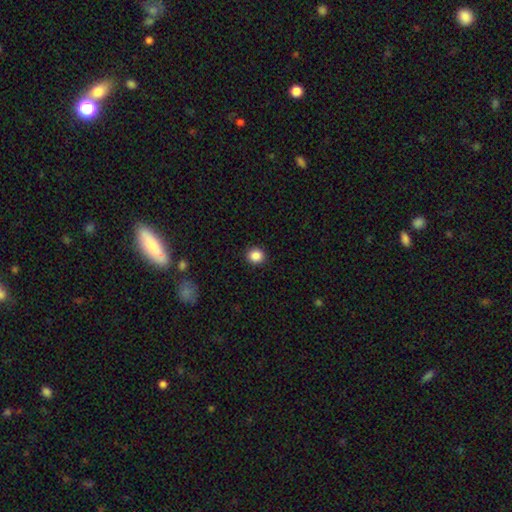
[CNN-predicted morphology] The model was most divided on "how rounded": round: 87%, in between: 12%, cigar-shaped: 1%. More confident: merging — none (92%); smooth or featured — smooth (87%).